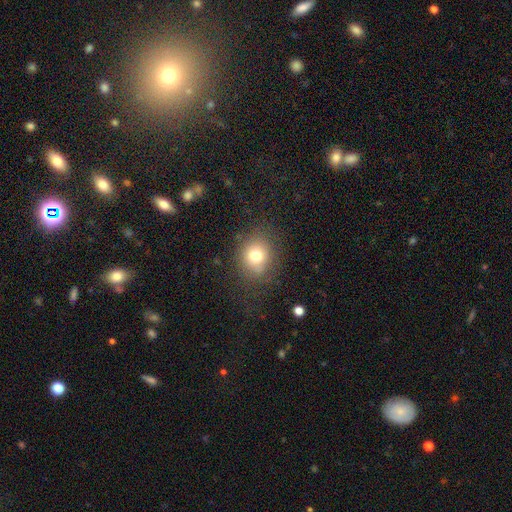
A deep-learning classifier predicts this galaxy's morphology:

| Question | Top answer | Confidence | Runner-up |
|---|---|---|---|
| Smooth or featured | smooth | 75% | star or artifact (14%) |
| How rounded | round | 73% | in between (26%) |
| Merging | none | 77% | minor disturbance (14%) |